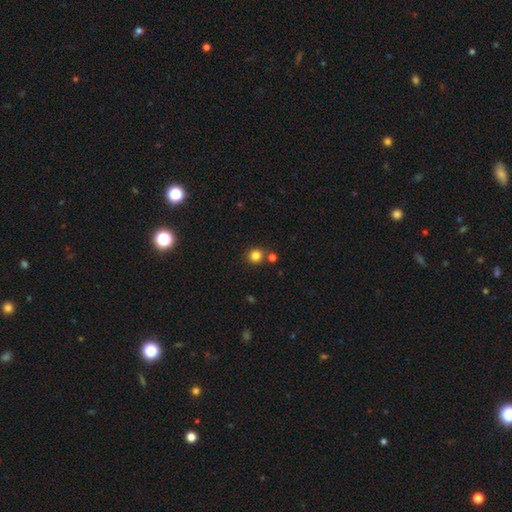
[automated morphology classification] Smooth or featured: smooth — 82% (star or artifact — 13%)
How rounded: round — 91% (in between — 8%)
Merging: none — 79% (merger — 11%)